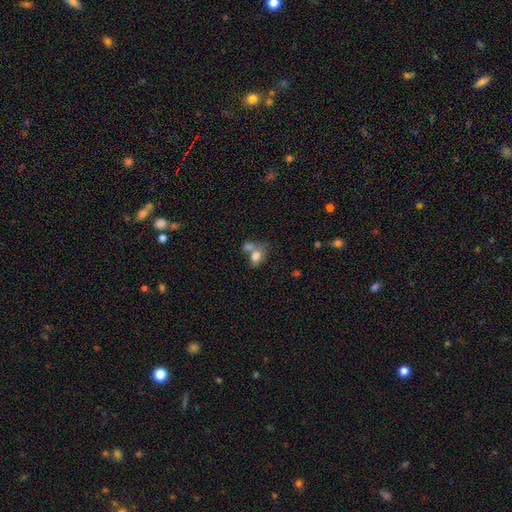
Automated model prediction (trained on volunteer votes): This is likely a smooth galaxy (77%). How rounded: likely in between (66%). Merging: possibly merger (47%).